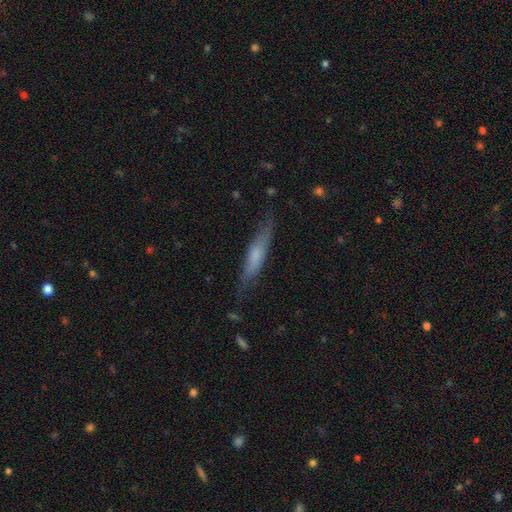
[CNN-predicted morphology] A smooth galaxy with no disk features (55%) that is cigar-shaped (85%). Merging: none (72%).